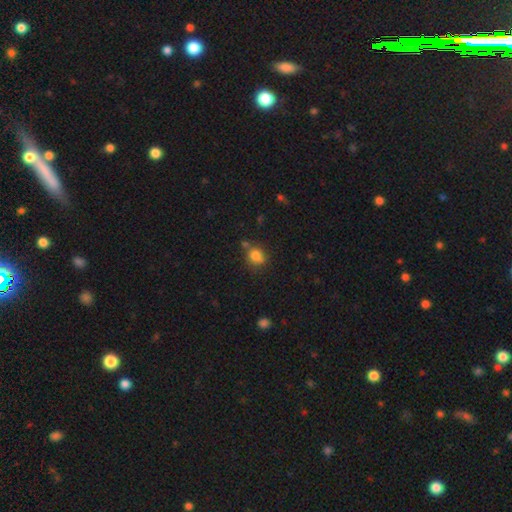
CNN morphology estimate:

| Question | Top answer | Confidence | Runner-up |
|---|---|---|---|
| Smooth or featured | smooth | 81% | star or artifact (11%) |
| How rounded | round | 65% | in between (34%) |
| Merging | none | 65% | minor disturbance (19%) |